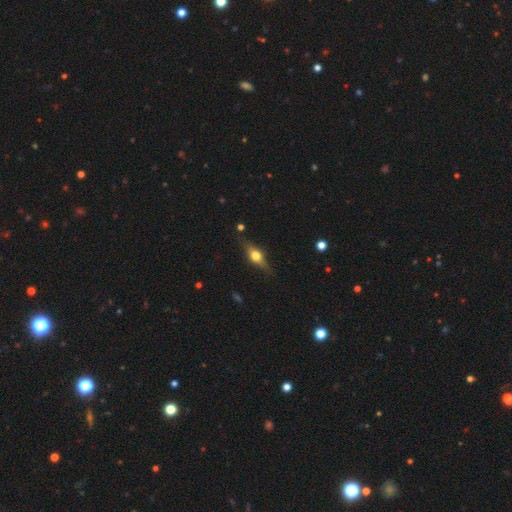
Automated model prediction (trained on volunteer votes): A featured or disk galaxy (58%) viewed edge-on (92%) with a rounded central bulge (95%).

Vote fractions:
- Smooth or featured? featured or disk: 58% / smooth: 34% / star or artifact: 8%
- Edge-on disk? yes: 92% / no: 8%
- Edge-on bulge? rounded: 95% / boxy: 4% / none: 2%
- Merging? none: 82% / minor disturbance: 14% / major disturbance: 3% / merger: 2%